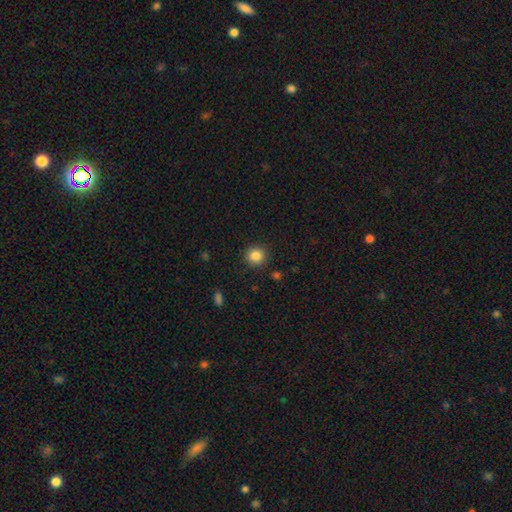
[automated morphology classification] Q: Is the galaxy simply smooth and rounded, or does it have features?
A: smooth — 86%.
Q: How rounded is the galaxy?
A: round — 89%.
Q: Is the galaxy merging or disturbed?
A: none — 90%.